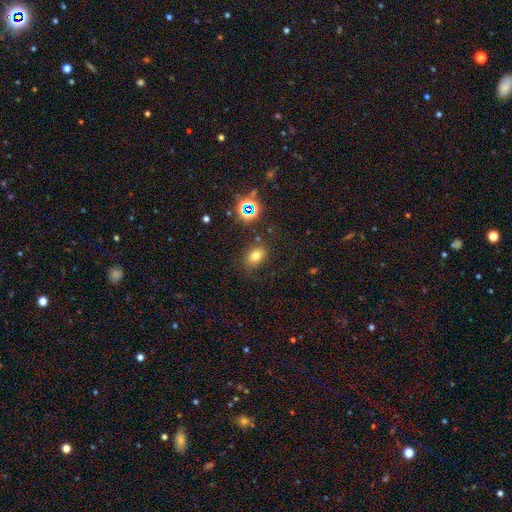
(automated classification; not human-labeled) Smooth or featured?
  - smooth: 71% *
  - star or artifact: 18%
  - featured or disk: 11%
How rounded?
  - in between: 73% *
  - round: 26%
  - cigar-shaped: 1%
Merging?
  - none: 78% *
  - minor disturbance: 14%
  - major disturbance: 5%
  - merger: 4%